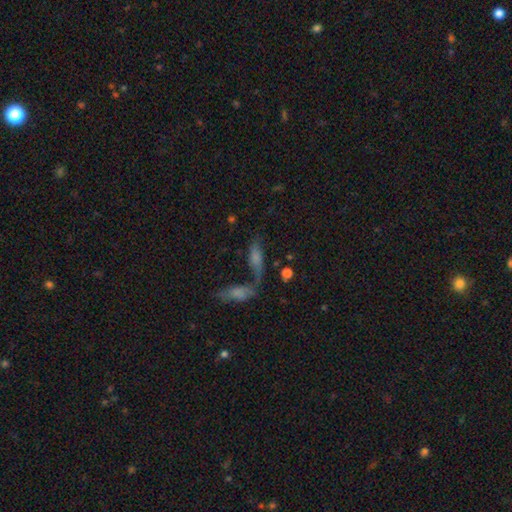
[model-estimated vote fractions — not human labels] The model was most divided on "merging": merger: 40%, none: 36%, minor disturbance: 14%, major disturbance: 10%. Remaining: smooth or featured — smooth (50%).